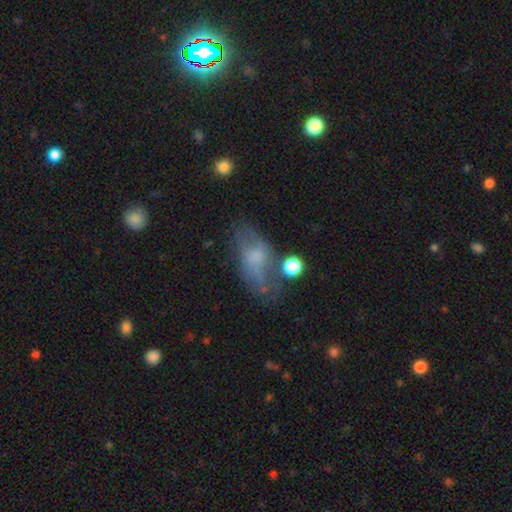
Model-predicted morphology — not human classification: Smooth or featured?
  - smooth: 48% *
  - featured or disk: 40%
  - star or artifact: 12%
Merging?
  - none: 40% *
  - major disturbance: 27%
  - minor disturbance: 25%
  - merger: 8%